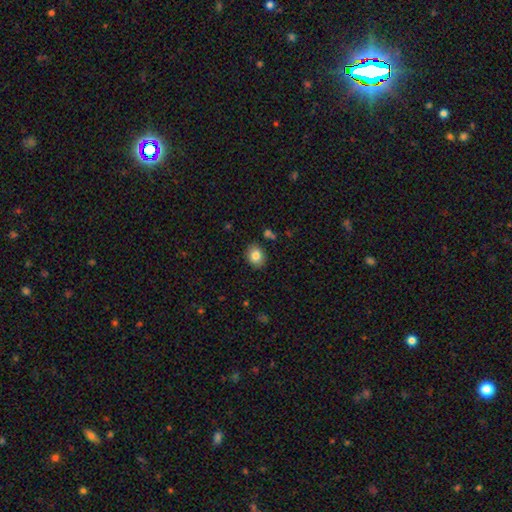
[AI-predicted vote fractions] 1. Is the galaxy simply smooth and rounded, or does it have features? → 83% smooth, 9% star or artifact, 8% featured or disk.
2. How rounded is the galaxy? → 54% round, 45% in between, 1% cigar-shaped.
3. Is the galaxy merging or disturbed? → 86% none, 9% minor disturbance, 2% merger, 2% major disturbance.